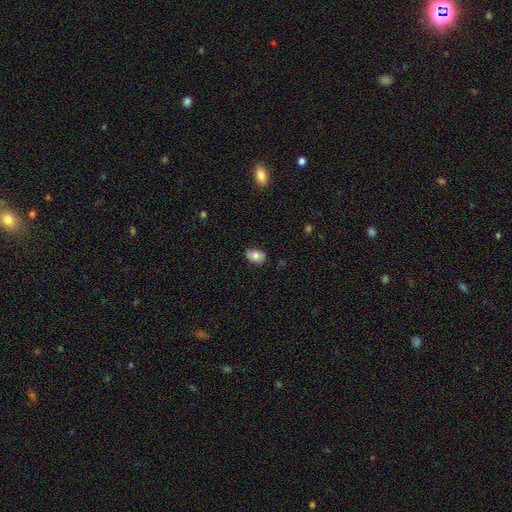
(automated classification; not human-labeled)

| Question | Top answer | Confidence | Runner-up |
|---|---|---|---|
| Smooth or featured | smooth | 69% | featured or disk (23%) |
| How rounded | in between | 73% | round (25%) |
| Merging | none | 63% | minor disturbance (29%) |